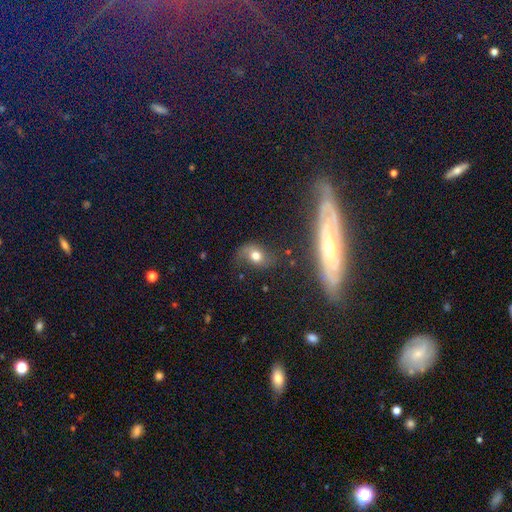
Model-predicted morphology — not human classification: smooth_or_featured: smooth (p=0.55) [alt: featured or disk p=0.30]
how_rounded: in between (p=0.66) [alt: round p=0.31]
merging: none (p=0.55) [alt: minor disturbance p=0.24]